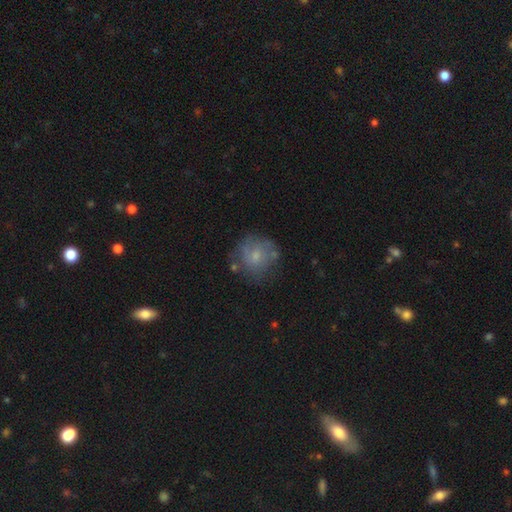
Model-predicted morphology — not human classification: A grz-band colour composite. It shows a smooth galaxy with no disk features (56%) that is round (85%). Merging: none (62%).